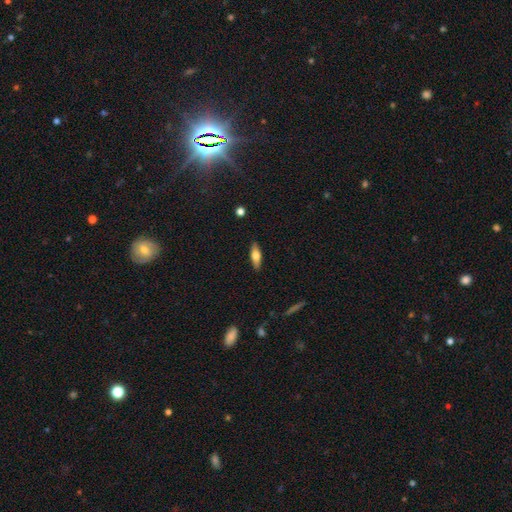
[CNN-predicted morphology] The model was most divided on "how rounded": in between: 55%, cigar-shaped: 43%, round: 3%. More confident: merging — none (88%); smooth or featured — smooth (60%).